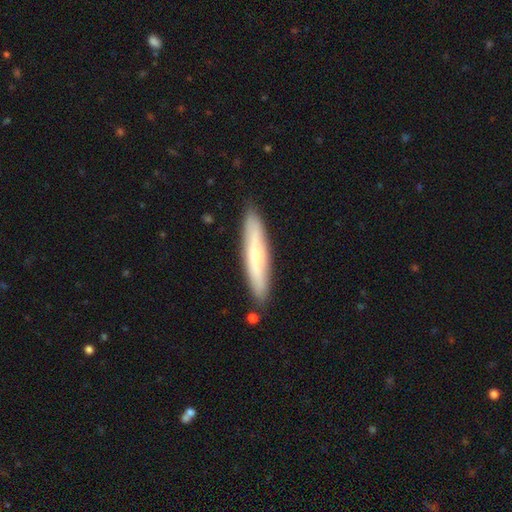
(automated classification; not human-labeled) Q: Smooth or featured?
A: smooth (50%); runner-up: featured or disk (44%)
Q: Merging?
A: none (86%); runner-up: minor disturbance (10%)